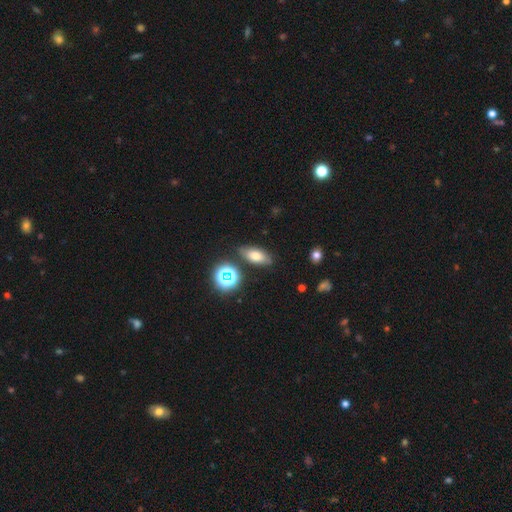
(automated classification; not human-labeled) This is likely a smooth galaxy (67%). How rounded: likely in between (78%). Merging: clearly none (81%).